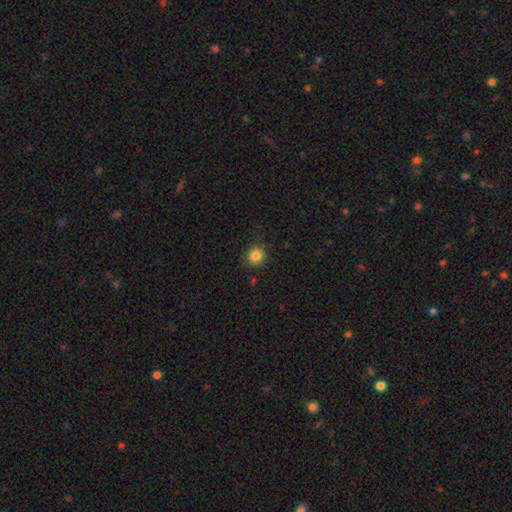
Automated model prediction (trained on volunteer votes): A smooth galaxy with no disk features (84%) that is round (89%).

Vote fractions:
- Smooth or featured? smooth: 84% / star or artifact: 11% / featured or disk: 4%
- How rounded? round: 89% / in between: 10% / cigar-shaped: 1%
- Merging? none: 88% / minor disturbance: 8% / major disturbance: 2% / merger: 1%